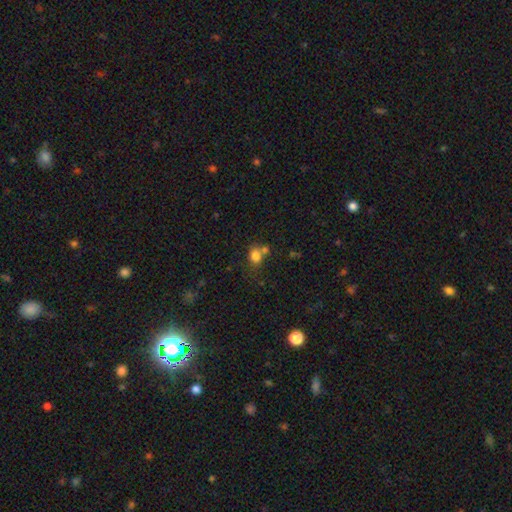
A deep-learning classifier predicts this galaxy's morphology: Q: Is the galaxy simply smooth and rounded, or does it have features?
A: smooth — 80%.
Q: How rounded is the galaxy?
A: in between — 51%.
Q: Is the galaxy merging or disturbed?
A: none — 49%.